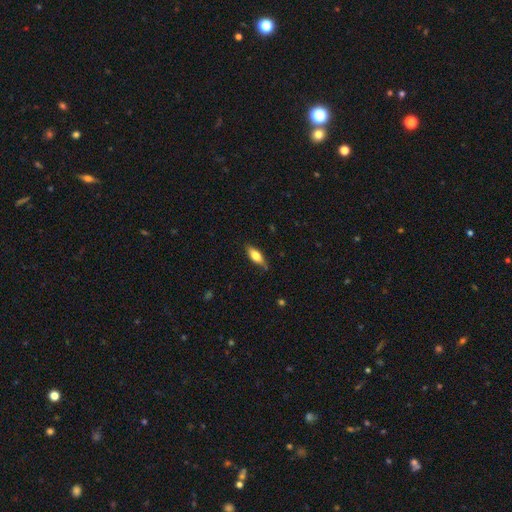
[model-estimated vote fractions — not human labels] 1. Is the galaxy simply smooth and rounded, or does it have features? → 68% smooth, 25% featured or disk, 7% star or artifact.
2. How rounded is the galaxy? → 70% in between, 28% cigar-shaped, 3% round.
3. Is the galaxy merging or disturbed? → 80% none, 15% minor disturbance, 3% major disturbance, 2% merger.